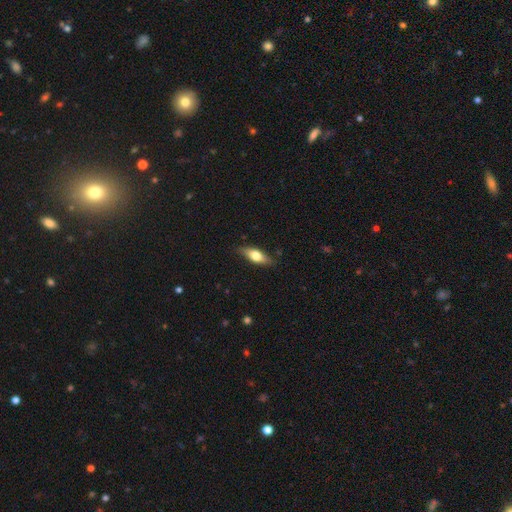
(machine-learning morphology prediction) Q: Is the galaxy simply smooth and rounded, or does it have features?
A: smooth — 57%.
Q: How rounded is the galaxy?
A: in between — 64%.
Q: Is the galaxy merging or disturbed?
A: none — 82%.